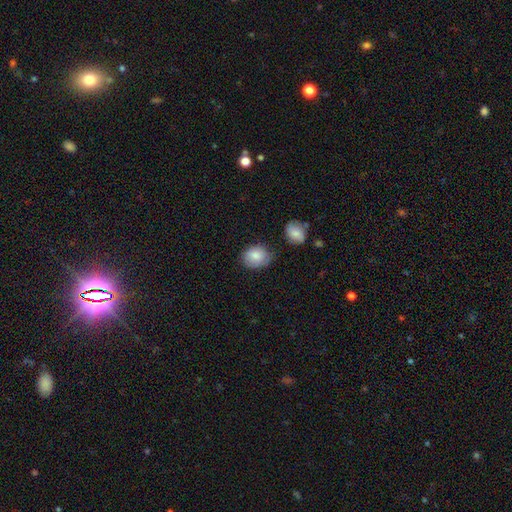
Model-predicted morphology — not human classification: The model was most divided on "how rounded": round: 51%, in between: 48%, cigar-shaped: 1%. More confident: smooth or featured — smooth (84%); merging — none (65%).